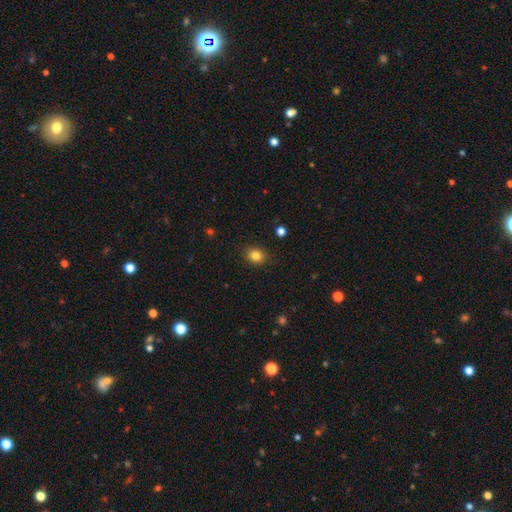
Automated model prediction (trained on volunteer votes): Q: Smooth or featured?
A: smooth (83%); runner-up: star or artifact (11%)
Q: How rounded?
A: round (60%); runner-up: in between (39%)
Q: Merging?
A: none (89%); runner-up: minor disturbance (8%)